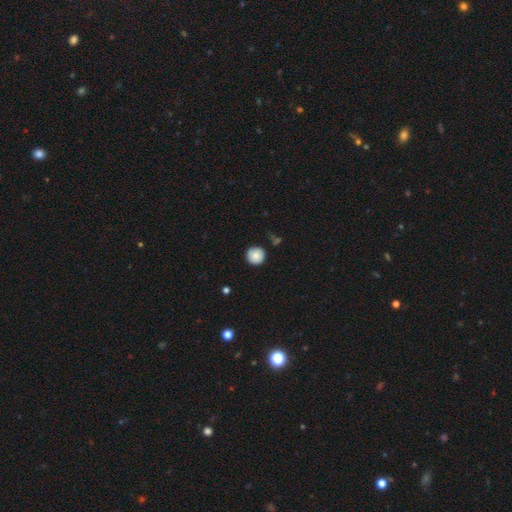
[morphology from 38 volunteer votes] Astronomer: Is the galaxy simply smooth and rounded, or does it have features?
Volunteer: smooth — 89%.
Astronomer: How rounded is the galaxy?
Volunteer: round — 100%.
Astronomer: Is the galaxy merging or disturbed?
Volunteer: none — 84%.